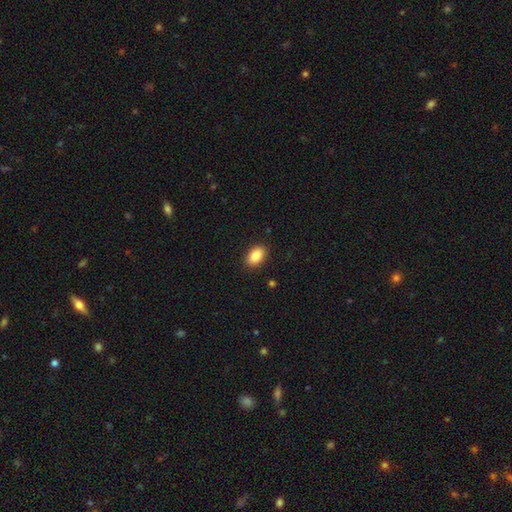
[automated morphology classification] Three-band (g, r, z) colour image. It shows a smooth galaxy with no disk features (88%) that is in between round and cigar-shaped (90%). Merging: none (89%).